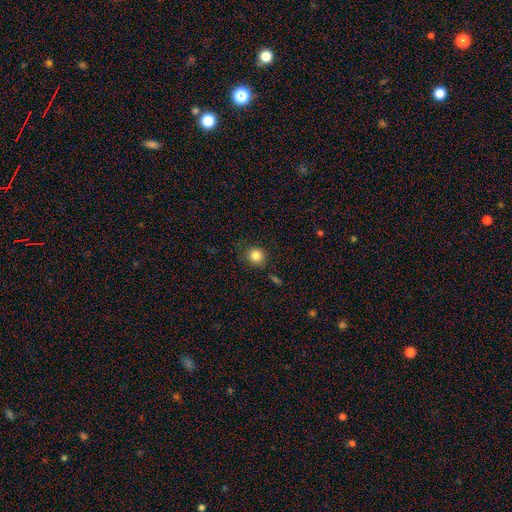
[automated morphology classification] smooth-or-featured: smooth: 84% | star or artifact: 11% | featured or disk: 5%
  how-rounded: round: 91% | in between: 8% | cigar-shaped: 1%
  merging: none: 83% | minor disturbance: 11% | major disturbance: 3% | merger: 3%